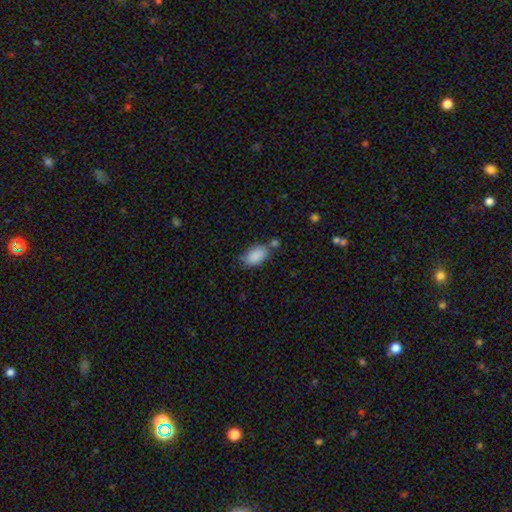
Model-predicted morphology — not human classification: Smooth or featured? smooth (88%)
How rounded? in between (93%)
Merging? none (58%)